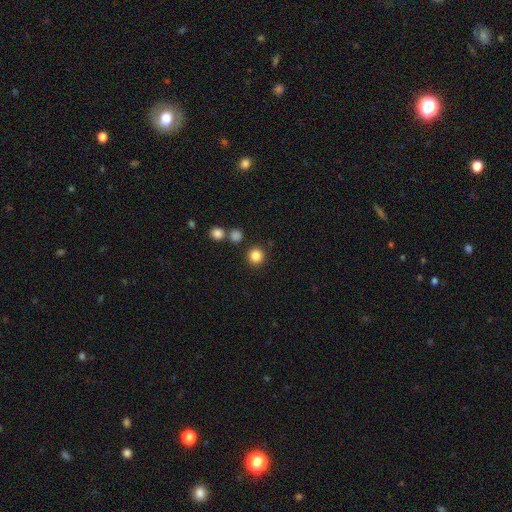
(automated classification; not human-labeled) Smooth or featured? Predicted: smooth (p=0.84). How rounded? Predicted: round (p=0.92). Merging? Predicted: none (p=0.87).